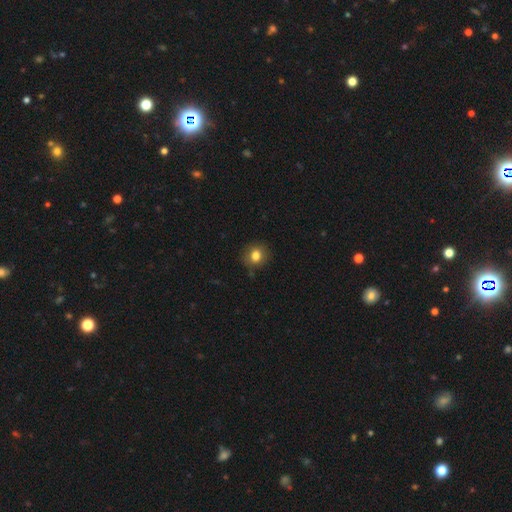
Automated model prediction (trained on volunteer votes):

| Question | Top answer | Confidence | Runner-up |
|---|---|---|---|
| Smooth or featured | smooth | 80% | star or artifact (11%) |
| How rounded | round | 78% | in between (21%) |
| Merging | none | 83% | minor disturbance (12%) |